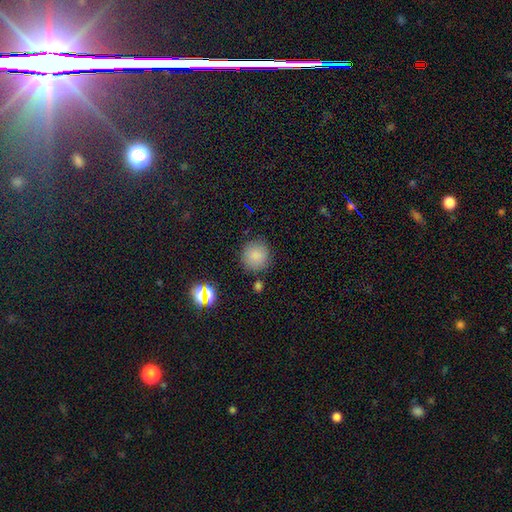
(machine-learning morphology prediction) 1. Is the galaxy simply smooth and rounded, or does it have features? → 82% smooth, 13% star or artifact, 5% featured or disk.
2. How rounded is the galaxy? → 92% round, 7% in between, 1% cigar-shaped.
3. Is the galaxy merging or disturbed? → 83% none, 10% minor disturbance, 4% merger, 3% major disturbance.